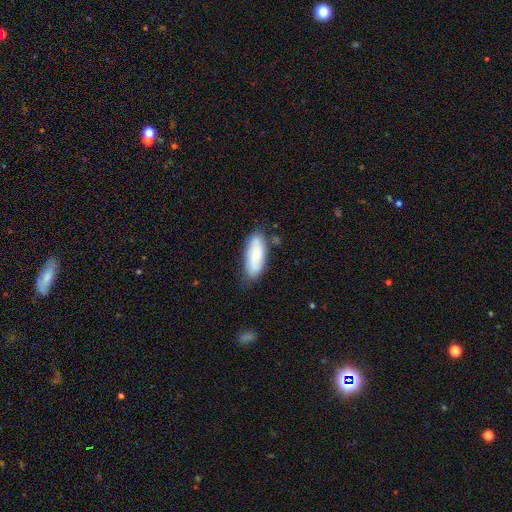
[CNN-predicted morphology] Smooth or featured? smooth (64%)
How rounded? in between (79%)
Merging? none (73%)